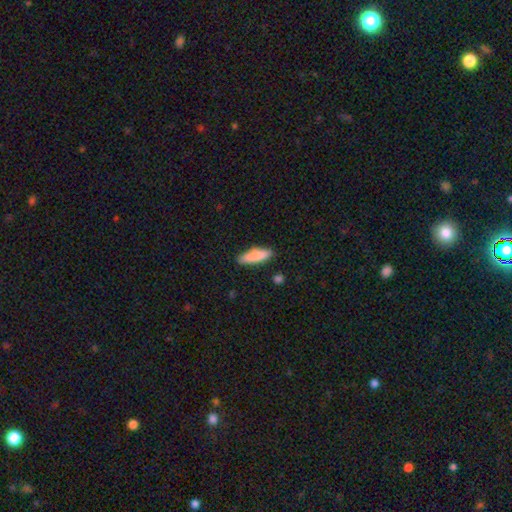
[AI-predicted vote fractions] Smooth or featured? Predicted: smooth (p=0.84). How rounded? Predicted: cigar-shaped (p=0.58). Merging? Predicted: none (p=0.83).